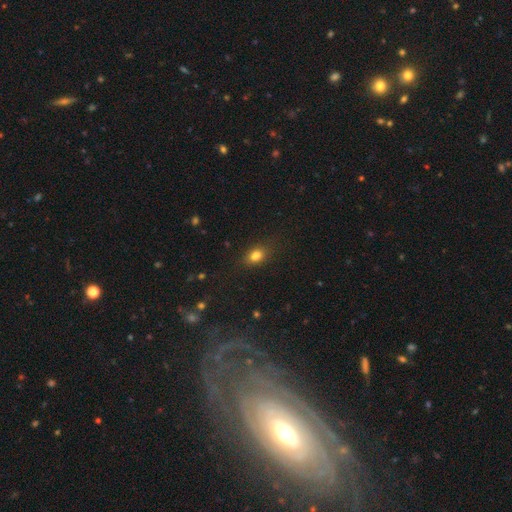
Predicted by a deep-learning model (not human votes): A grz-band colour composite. It shows a smooth galaxy with no disk features (81%) that is in between round and cigar-shaped (72%). Merging: none (82%).